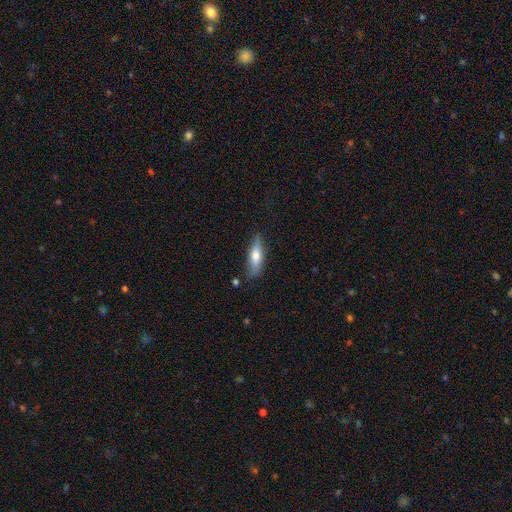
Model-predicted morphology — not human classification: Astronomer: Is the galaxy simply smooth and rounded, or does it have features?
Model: smooth — 65%.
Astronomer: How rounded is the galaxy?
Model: cigar-shaped — 52% (runner-up: in between, 46%).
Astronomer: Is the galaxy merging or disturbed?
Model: none — 75%.